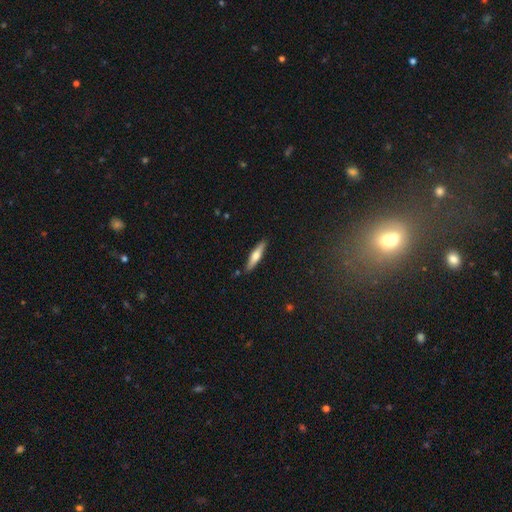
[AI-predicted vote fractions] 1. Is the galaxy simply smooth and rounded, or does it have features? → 52% smooth, 42% featured or disk, 6% star or artifact.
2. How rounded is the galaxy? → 82% cigar-shaped, 16% in between, 2% round.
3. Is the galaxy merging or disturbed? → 88% none, 9% minor disturbance, 2% major disturbance, 2% merger.